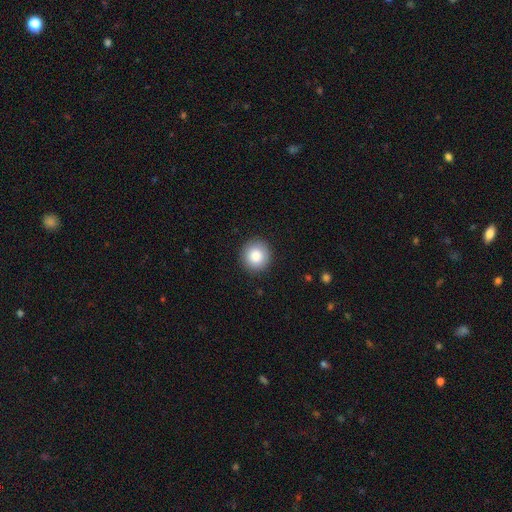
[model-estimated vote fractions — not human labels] Smooth or featured? smooth (85%)
How rounded? round (92%)
Merging? none (91%)